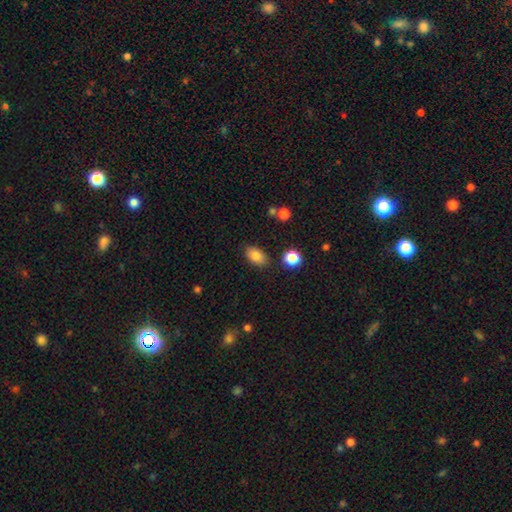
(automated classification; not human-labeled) Overall: smooth (84%). How rounded: in between (89%). Merging: none (83%).